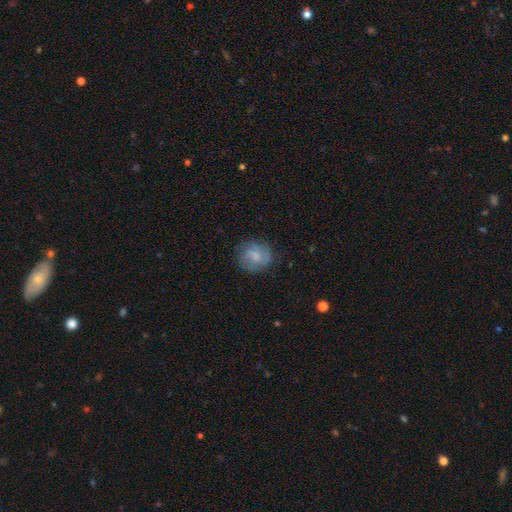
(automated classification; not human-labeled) Smooth or featured? smooth (58%)
How rounded? round (80%)
Merging? none (75%)